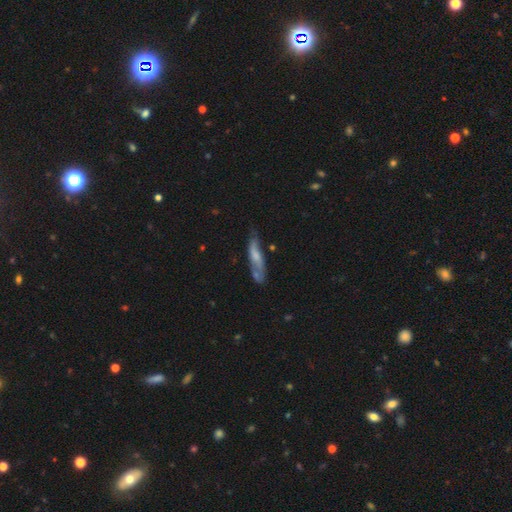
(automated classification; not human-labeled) This appears to be a smooth galaxy with no disk features (48%). Merging: none (53%).